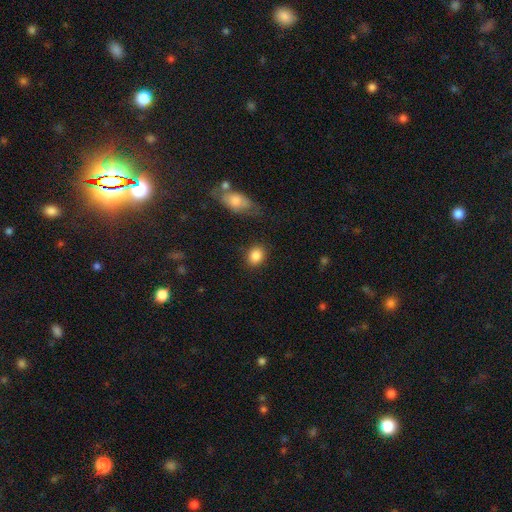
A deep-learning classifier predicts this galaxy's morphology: type=smooth (87%); roundness=round (54%); merging=none (84%).